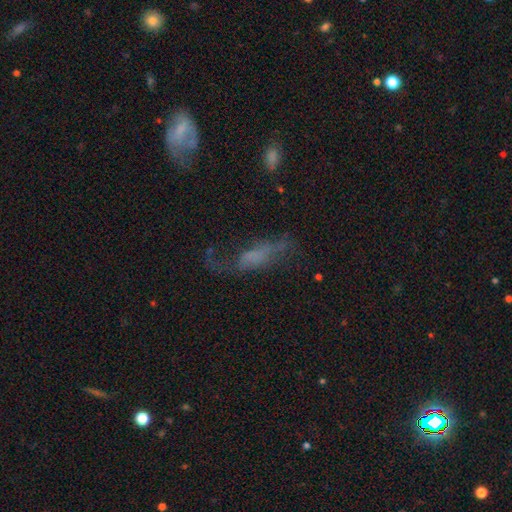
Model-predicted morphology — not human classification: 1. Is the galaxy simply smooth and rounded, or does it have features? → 42% smooth (tied), 42% featured or disk (tied), 16% star or artifact.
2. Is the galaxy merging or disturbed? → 37% none, 35% major disturbance, 22% minor disturbance, 5% merger.